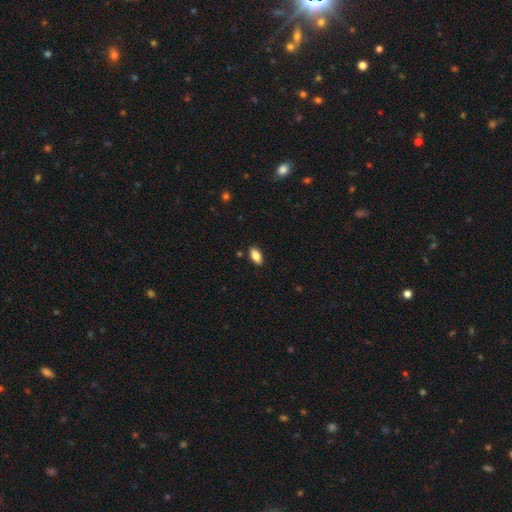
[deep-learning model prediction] Smooth or featured: smooth — 85% (featured or disk — 7%)
How rounded: in between — 90% (cigar-shaped — 7%)
Merging: none — 88% (minor disturbance — 9%)